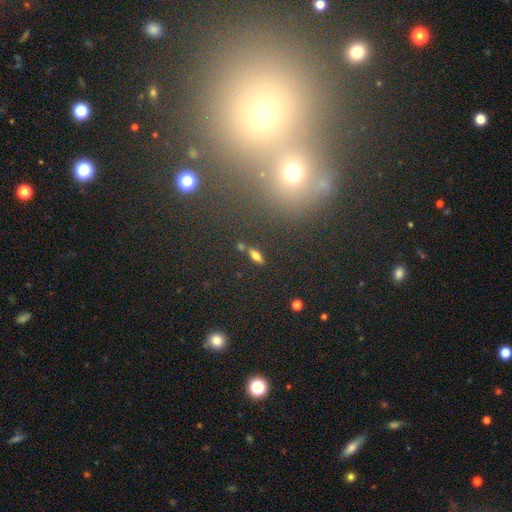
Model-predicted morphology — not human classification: Smooth or featured?
  - smooth: 63% *
  - featured or disk: 23%
  - star or artifact: 13%
How rounded?
  - in between: 65% *
  - cigar-shaped: 28%
  - round: 7%
Merging?
  - none: 77% *
  - minor disturbance: 12%
  - merger: 7%
  - major disturbance: 4%